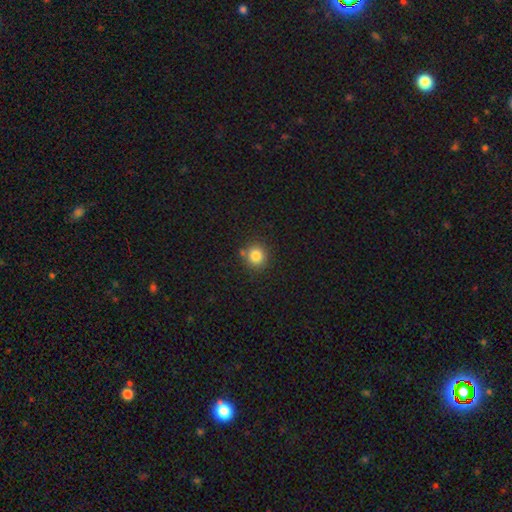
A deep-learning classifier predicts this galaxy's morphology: Overall: smooth (83%). How rounded: round (91%). Merging: none (81%).